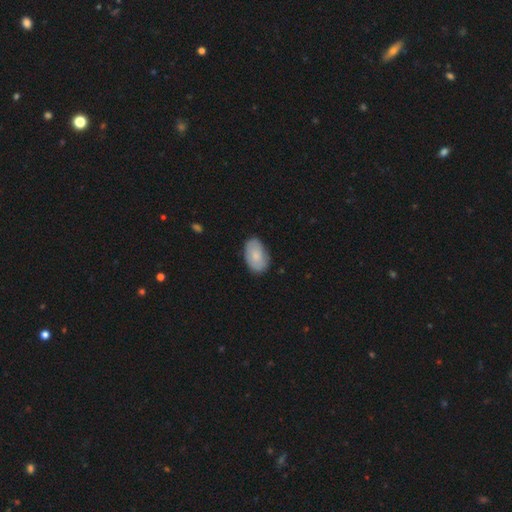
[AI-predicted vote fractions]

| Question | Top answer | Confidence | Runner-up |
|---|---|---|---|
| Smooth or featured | smooth | 74% | featured or disk (20%) |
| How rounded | in between | 91% | round (7%) |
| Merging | none | 78% | minor disturbance (18%) |